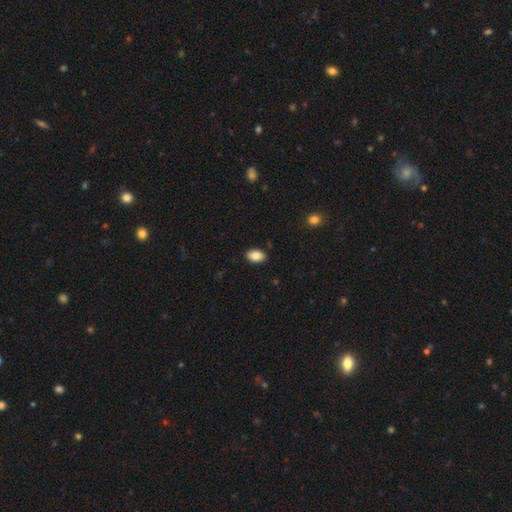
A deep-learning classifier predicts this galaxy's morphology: Smooth or featured? Predicted: smooth (p=0.86). How rounded? Predicted: in between (p=0.88). Merging? Predicted: none (p=0.89).